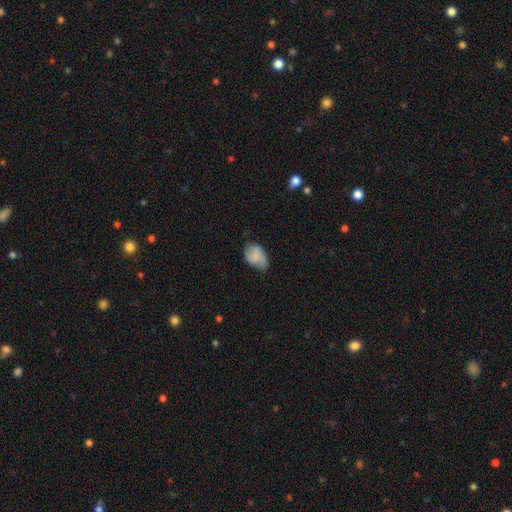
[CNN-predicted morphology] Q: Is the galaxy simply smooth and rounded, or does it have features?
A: smooth — 69%.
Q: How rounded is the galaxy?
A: in between — 82%.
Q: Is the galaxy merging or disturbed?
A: none — 55%.